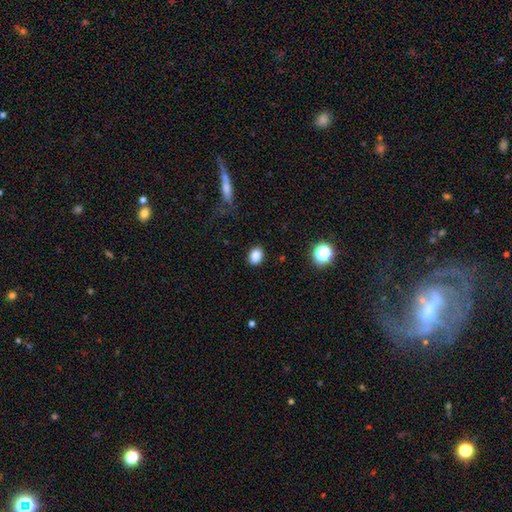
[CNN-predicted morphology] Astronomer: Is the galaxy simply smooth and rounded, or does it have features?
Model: smooth — 86%.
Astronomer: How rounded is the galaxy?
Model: in between — 69%.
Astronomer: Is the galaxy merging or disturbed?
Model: none — 87%.